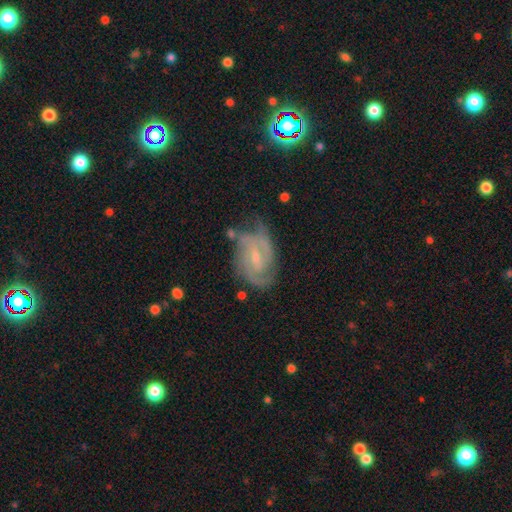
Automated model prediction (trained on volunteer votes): Overall: featured or disk (82%). Edge-on disk: no (97%). Bar: weak (56%; no 25%). Spiral arms: yes (95%). Spiral arm count: 2 (59%). Spiral winding: tight (46%; medium 43%). Bulge size: small (64%; moderate 28%). Merging: none (63%; minor disturbance 23%).